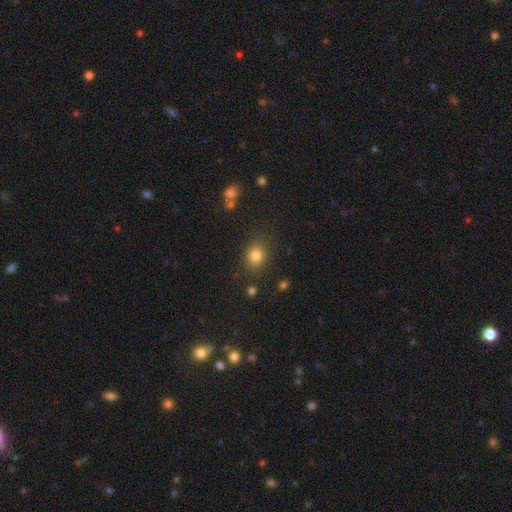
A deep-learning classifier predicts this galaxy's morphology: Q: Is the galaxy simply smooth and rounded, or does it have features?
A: smooth — 81%.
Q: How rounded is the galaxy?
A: round — 61%.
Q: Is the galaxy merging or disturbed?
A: none — 81%.